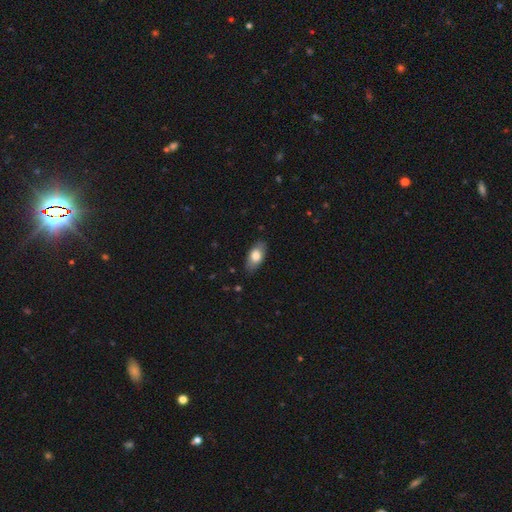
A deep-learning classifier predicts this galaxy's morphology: A smooth galaxy with no disk features (77%) that is in between round and cigar-shaped (91%).

Vote fractions:
- Smooth or featured? smooth: 77% / featured or disk: 17% / star or artifact: 6%
- How rounded? in between: 91% / cigar-shaped: 5% / round: 4%
- Merging? none: 83% / minor disturbance: 14% / major disturbance: 3% / merger: 1%